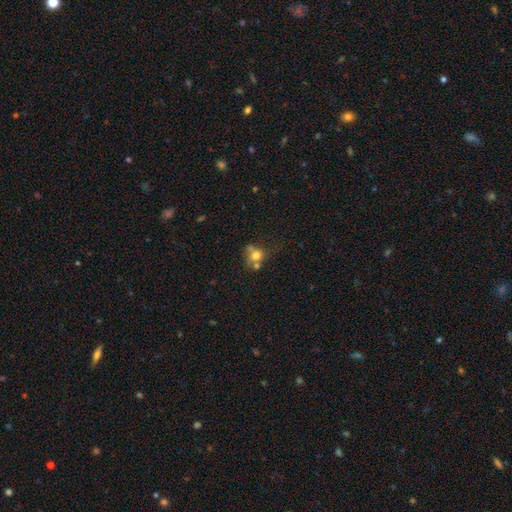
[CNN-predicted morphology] type=smooth (68%); roundness=round (65%); merging=merger (37%).